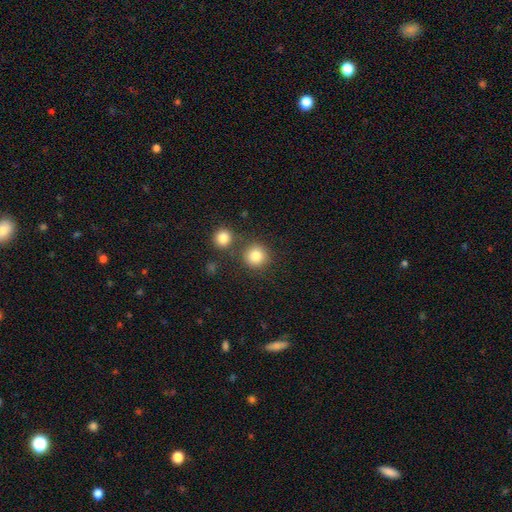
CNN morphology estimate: smooth-or-featured: smooth: 84% | star or artifact: 11% | featured or disk: 5%
  how-rounded: round: 92% | in between: 7% | cigar-shaped: 1%
  merging: none: 76% | merger: 13% | minor disturbance: 8% | major disturbance: 3%